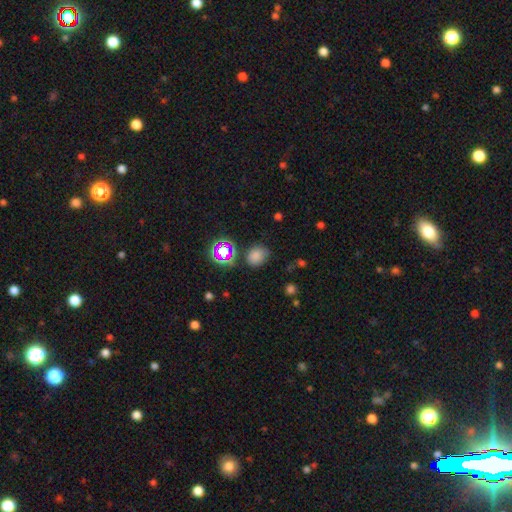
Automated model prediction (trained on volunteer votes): This appears to be a smooth galaxy with no disk features (71%) that is round (59%). Merging: none (73%).